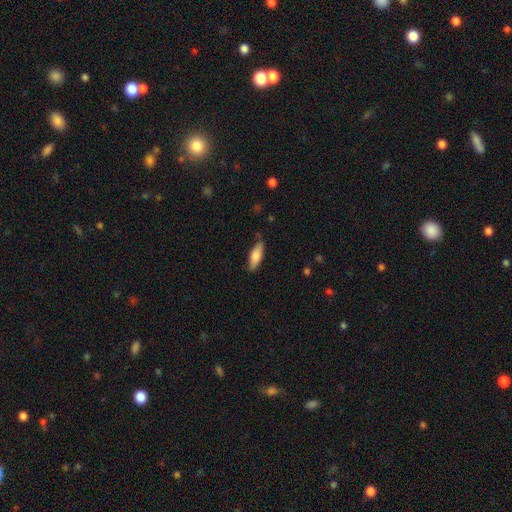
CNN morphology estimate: Overall: smooth (77%). How rounded: in between (55%; cigar-shaped 43%). Merging: none (79%).